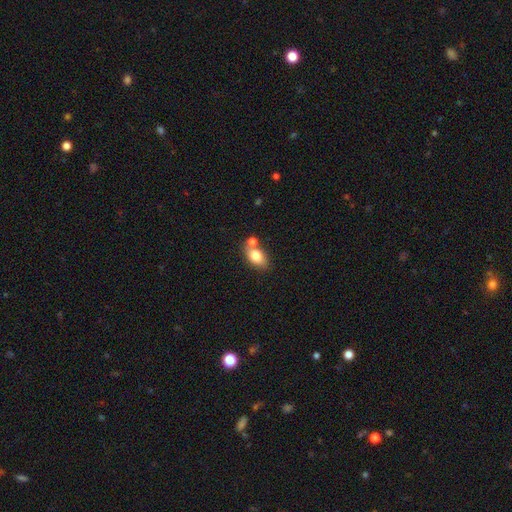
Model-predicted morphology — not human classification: Smooth or featured? Predicted: smooth (p=0.78). How rounded? Predicted: in between (p=0.85). Merging? Predicted: none (p=0.56).